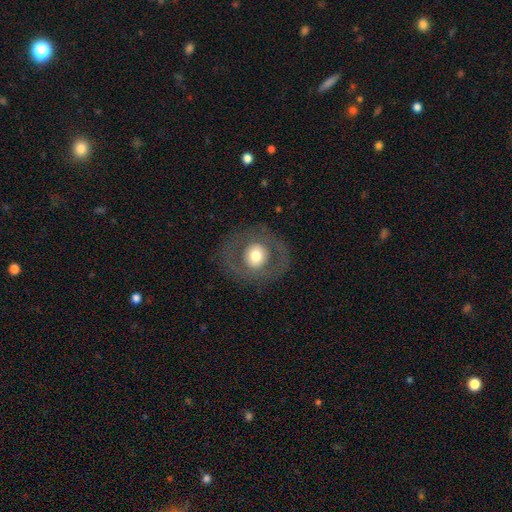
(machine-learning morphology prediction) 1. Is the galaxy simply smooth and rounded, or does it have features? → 52% smooth, 40% featured or disk, 8% star or artifact.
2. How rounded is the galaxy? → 86% round, 13% in between, 1% cigar-shaped.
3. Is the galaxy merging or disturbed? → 82% none, 9% minor disturbance, 8% major disturbance, 1% merger.